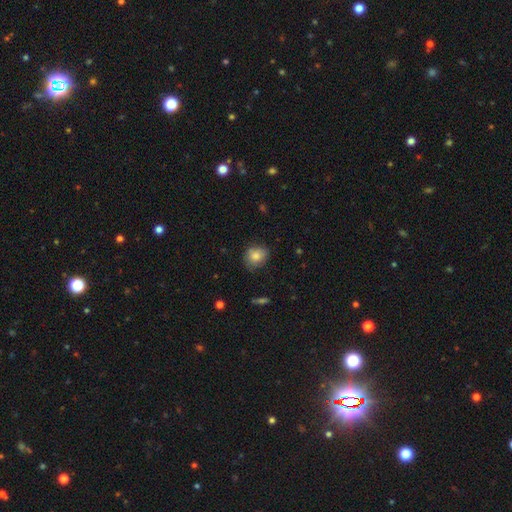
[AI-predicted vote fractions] Q: Smooth or featured?
A: smooth (79%); runner-up: featured or disk (12%)
Q: How rounded?
A: round (64%); runner-up: in between (35%)
Q: Merging?
A: none (68%); runner-up: minor disturbance (25%)